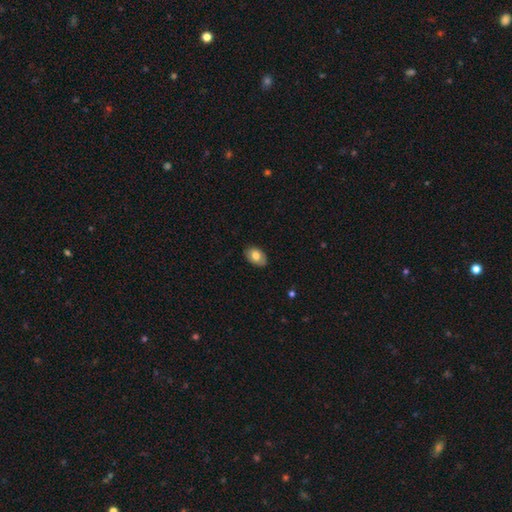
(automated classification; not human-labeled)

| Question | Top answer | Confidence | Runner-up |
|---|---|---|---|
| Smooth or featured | smooth | 73% | featured or disk (20%) |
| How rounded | in between | 87% | round (12%) |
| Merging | none | 83% | minor disturbance (14%) |